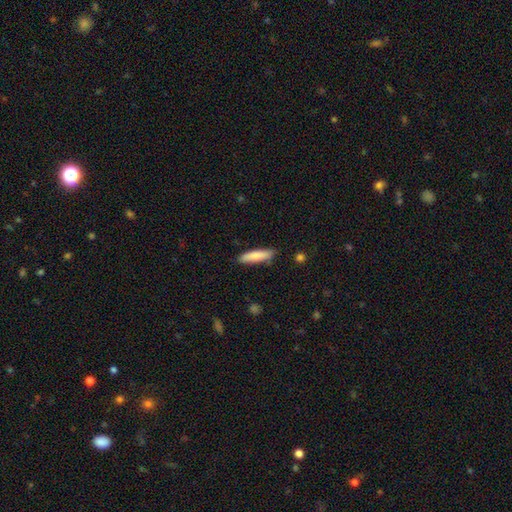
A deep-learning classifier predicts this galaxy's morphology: smooth-or-featured: smooth: 82% | featured or disk: 12% | star or artifact: 6%
  how-rounded: cigar-shaped: 75% | in between: 23% | round: 1%
  merging: none: 84% | minor disturbance: 12% | major disturbance: 2% | merger: 2%